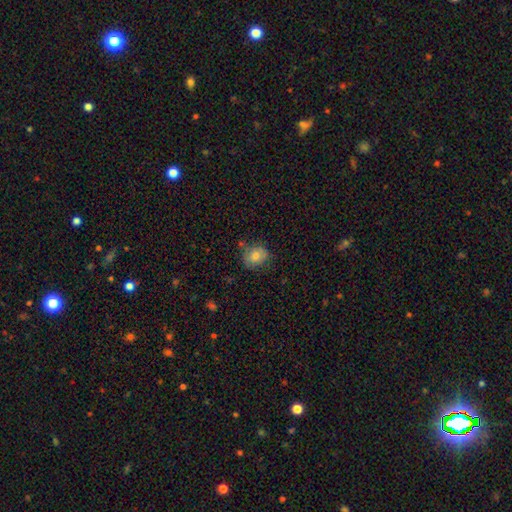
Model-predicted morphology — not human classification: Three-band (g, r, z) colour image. It shows a smooth galaxy with no disk features (74%) that is round (55%). Merging: none (68%).